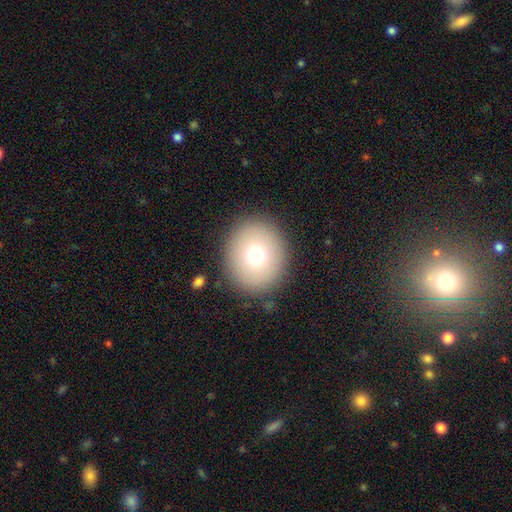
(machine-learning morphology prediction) smooth_or_featured: smooth (p=0.73) [alt: featured or disk p=0.15]
how_rounded: round (p=0.81) [alt: in between p=0.18]
merging: none (p=0.89) [alt: minor disturbance p=0.07]